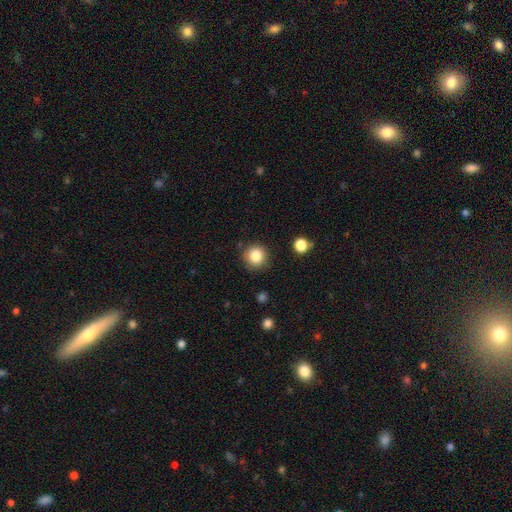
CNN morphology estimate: Overall: smooth (84%). How rounded: round (93%). Merging: none (87%).